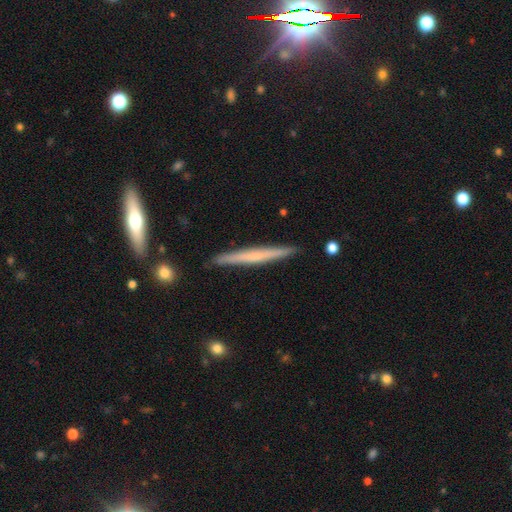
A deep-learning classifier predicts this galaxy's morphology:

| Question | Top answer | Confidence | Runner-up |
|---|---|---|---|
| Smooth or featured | featured or disk | 53% | smooth (41%) |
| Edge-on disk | yes | 97% | no (3%) |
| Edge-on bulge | none | 68% | rounded (25%) |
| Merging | none | 91% | minor disturbance (7%) |